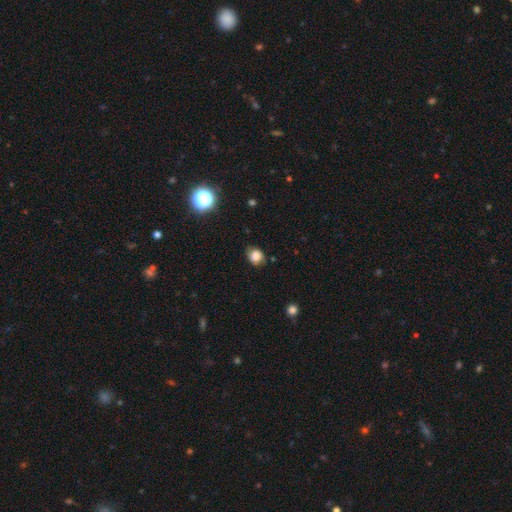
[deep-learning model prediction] A smooth galaxy with no disk features (82%) that is round (71%).

Vote fractions:
- Smooth or featured? smooth: 82% / star or artifact: 12% / featured or disk: 6%
- How rounded? round: 71% / in between: 28% / cigar-shaped: 1%
- Merging? none: 79% / minor disturbance: 16% / major disturbance: 3% / merger: 2%